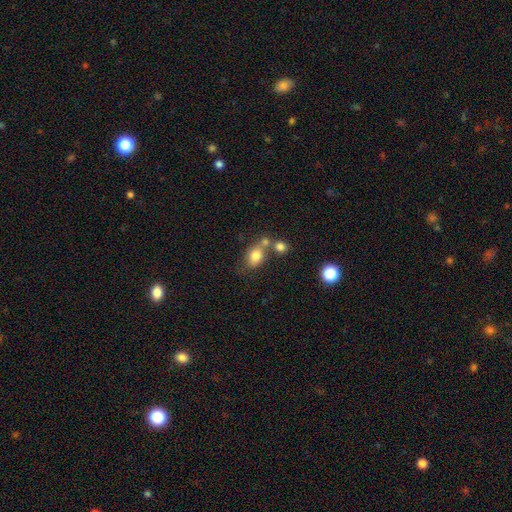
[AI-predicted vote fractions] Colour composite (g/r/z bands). It shows a smooth galaxy with no disk features (78%) that is in between round and cigar-shaped (59%). Merging: none (44%).